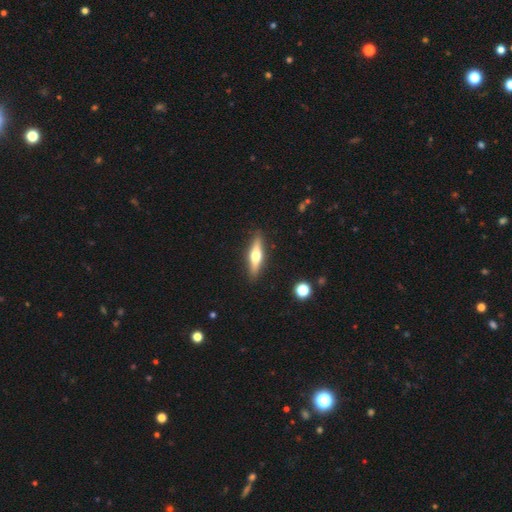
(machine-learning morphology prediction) Smooth or featured? Predicted: featured or disk (p=0.52). Edge-on disk? Predicted: yes (p=0.93). Merging? Predicted: none (p=0.89).